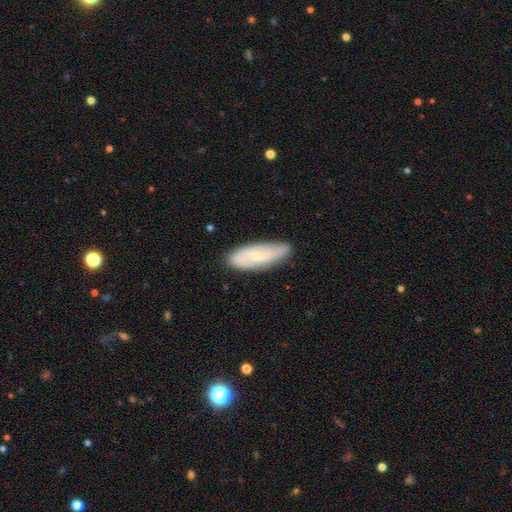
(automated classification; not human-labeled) A featured or disk galaxy (57%).

Vote fractions:
- Smooth or featured? featured or disk: 57% / smooth: 37% / star or artifact: 7%
- Edge-on disk? no: 85% / yes: 15%
- Merging? none: 81% / minor disturbance: 15% / major disturbance: 3% / merger: 1%